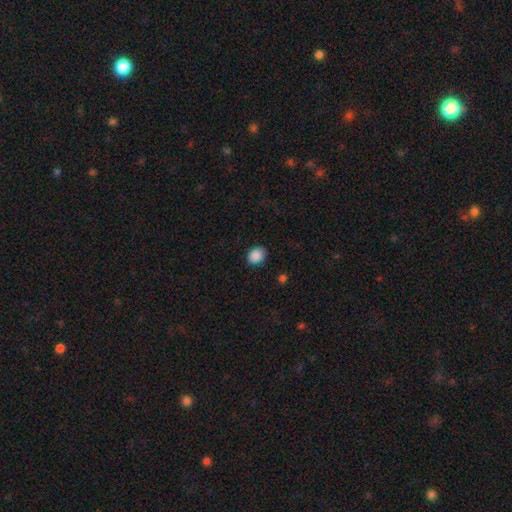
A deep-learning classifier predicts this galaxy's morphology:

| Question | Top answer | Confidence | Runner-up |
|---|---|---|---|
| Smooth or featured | smooth | 88% | star or artifact (8%) |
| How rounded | in between | 50% | round (49%) |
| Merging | none | 87% | minor disturbance (9%) |